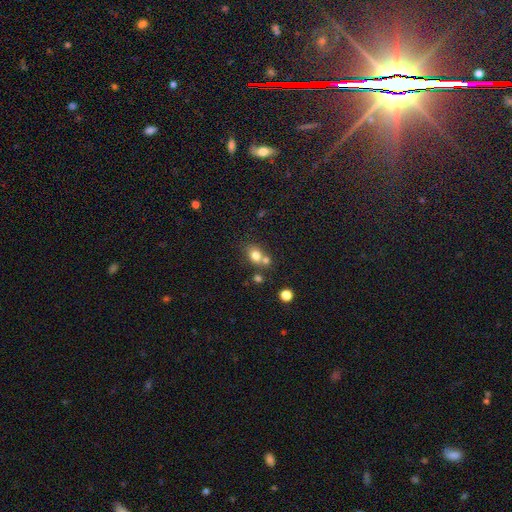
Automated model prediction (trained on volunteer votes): This is likely a smooth galaxy (77%). How rounded: possibly round (50%). Merging: possibly none (45%).